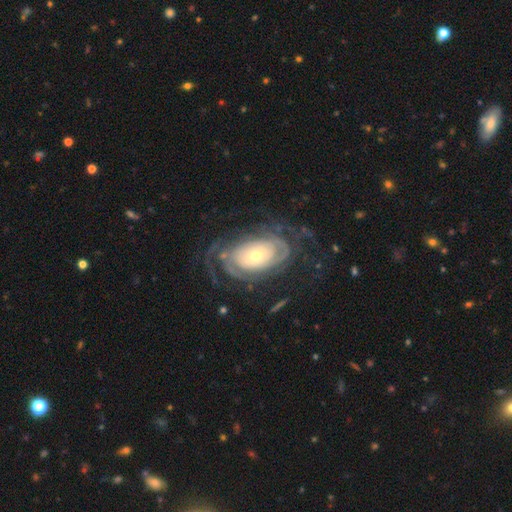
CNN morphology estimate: Smooth or featured? Predicted: featured or disk (p=0.85). Edge-on disk? Predicted: no (p=0.95). Bar? Predicted: no (p=0.74). Spiral arms? Predicted: yes (p=0.92). Spiral winding? Predicted: tight (p=0.68). Spiral arm count? Predicted: can't tell (p=0.39). Bulge size? Predicted: small (p=0.49). Merging? Predicted: none (p=0.62).